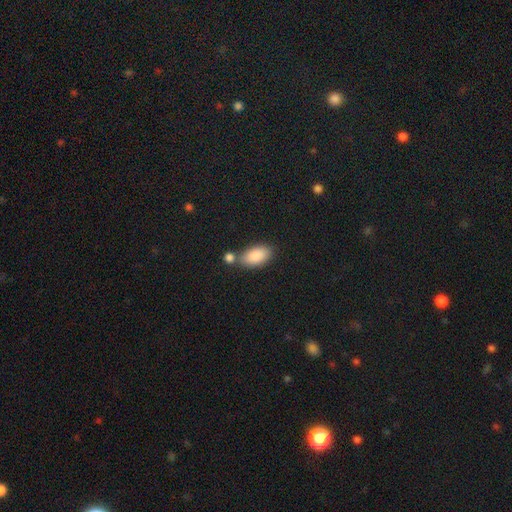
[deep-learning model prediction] A smooth galaxy with no disk features (87%) that is in between round and cigar-shaped (93%).

Vote fractions:
- Smooth or featured? smooth: 87% / star or artifact: 7% / featured or disk: 7%
- How rounded? in between: 93% / round: 4% / cigar-shaped: 4%
- Merging? none: 56% / merger: 26% / minor disturbance: 14% / major disturbance: 4%